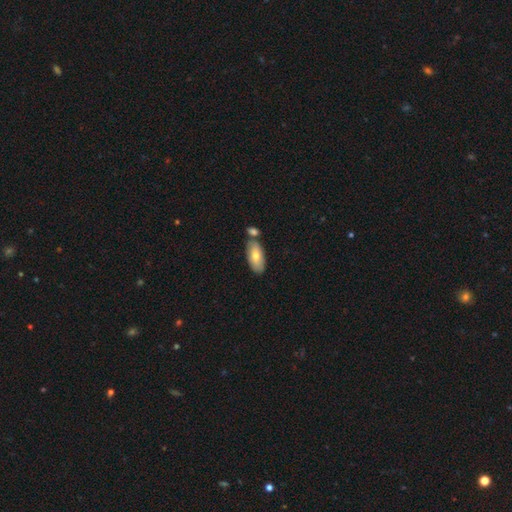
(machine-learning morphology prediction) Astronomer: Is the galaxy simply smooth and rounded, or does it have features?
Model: smooth — 72%.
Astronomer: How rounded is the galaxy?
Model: in between — 90%.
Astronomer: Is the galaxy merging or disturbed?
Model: none — 64%.